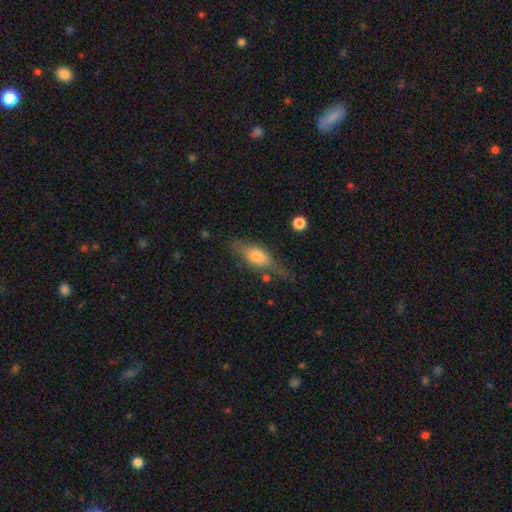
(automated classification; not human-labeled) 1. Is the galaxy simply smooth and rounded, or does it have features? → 54% smooth, 39% featured or disk, 7% star or artifact.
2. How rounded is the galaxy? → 63% in between, 31% cigar-shaped, 6% round.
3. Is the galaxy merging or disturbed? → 58% none, 25% minor disturbance, 12% major disturbance, 5% merger.